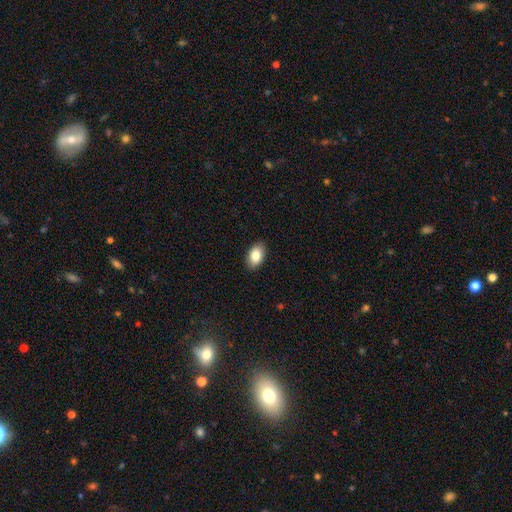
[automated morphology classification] Smooth or featured?
  - smooth: 85% *
  - featured or disk: 8%
  - star or artifact: 7%
How rounded?
  - in between: 92% *
  - round: 7%
  - cigar-shaped: 1%
Merging?
  - none: 89% *
  - minor disturbance: 8%
  - major disturbance: 2%
  - merger: 1%